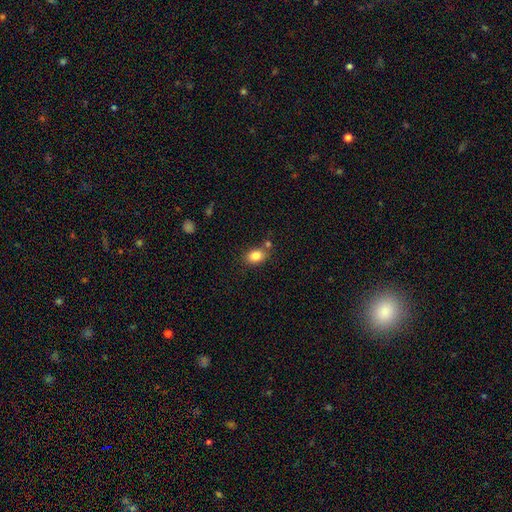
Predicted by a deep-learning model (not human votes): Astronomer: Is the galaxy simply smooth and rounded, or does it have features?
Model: smooth — 83%.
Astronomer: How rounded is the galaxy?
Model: in between — 70%.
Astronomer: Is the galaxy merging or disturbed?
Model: none — 73%.